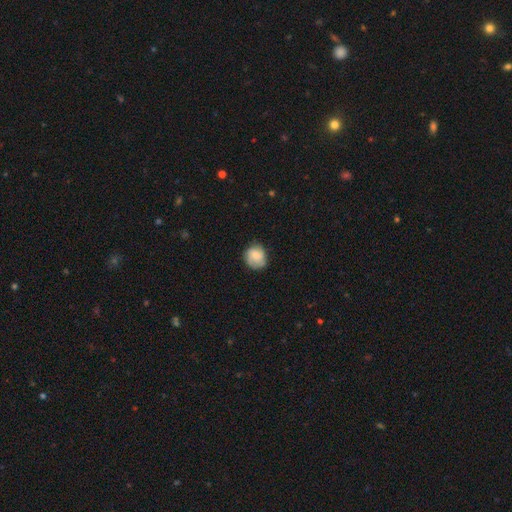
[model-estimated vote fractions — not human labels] A smooth galaxy with no disk features (68%) that is round (75%).

Vote fractions:
- Smooth or featured? smooth: 68% / featured or disk: 24% / star or artifact: 8%
- How rounded? round: 75% / in between: 24% / cigar-shaped: 1%
- Merging? none: 68% / minor disturbance: 24% / major disturbance: 7% / merger: 1%